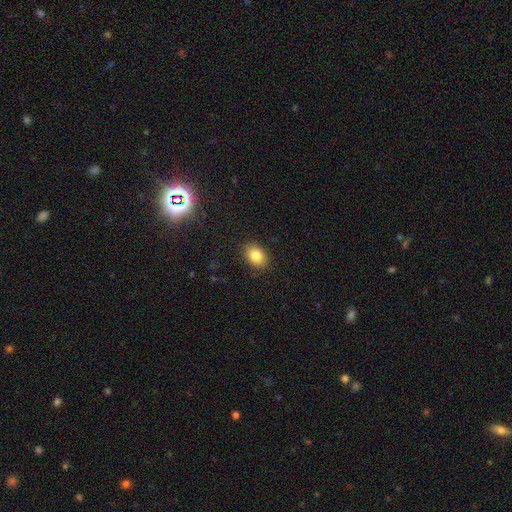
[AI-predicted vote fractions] smooth 84%, star or artifact 10%, featured or disk 7%. Down the decision tree: how rounded — in between (77%); merging — none (88%).